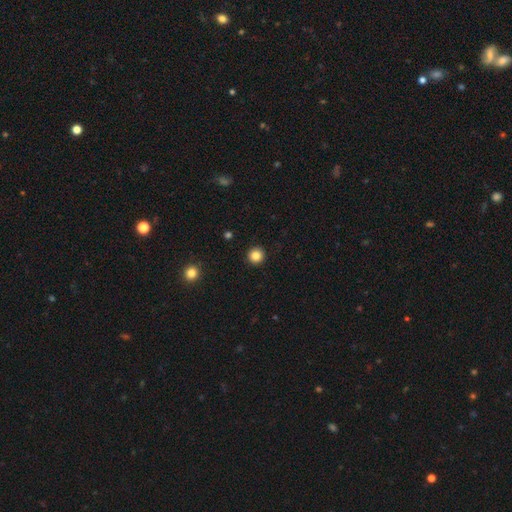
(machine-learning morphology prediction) smooth_or_featured: smooth (p=0.85) [alt: star or artifact p=0.11]
how_rounded: round (p=0.95) [alt: in between p=0.04]
merging: none (p=0.93) [alt: minor disturbance p=0.04]